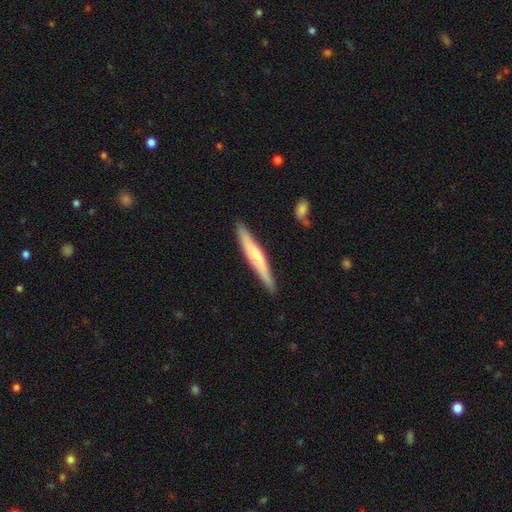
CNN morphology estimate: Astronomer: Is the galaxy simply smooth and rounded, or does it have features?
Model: smooth — 52% (runner-up: featured or disk, 43%).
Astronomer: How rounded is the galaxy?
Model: cigar-shaped — 94%.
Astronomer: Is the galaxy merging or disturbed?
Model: none — 87%.